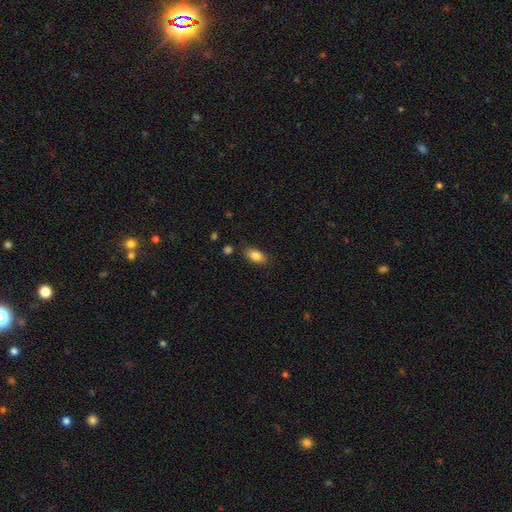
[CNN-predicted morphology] Smooth or featured: smooth — 84% (featured or disk — 8%)
How rounded: in between — 89% (round — 7%)
Merging: none — 81% (minor disturbance — 14%)